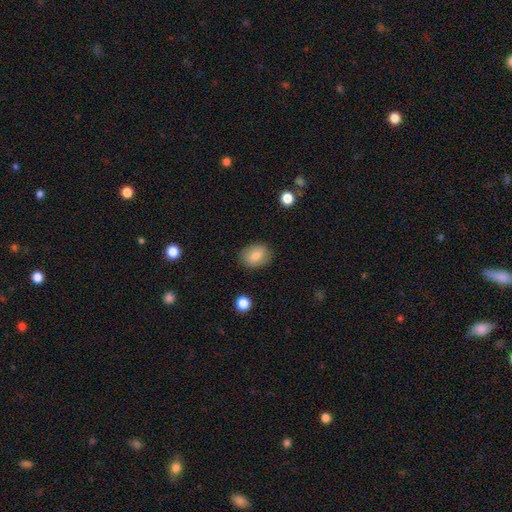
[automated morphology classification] This is clearly a smooth galaxy (81%). How rounded: likely in between (68%). Merging: clearly none (83%).